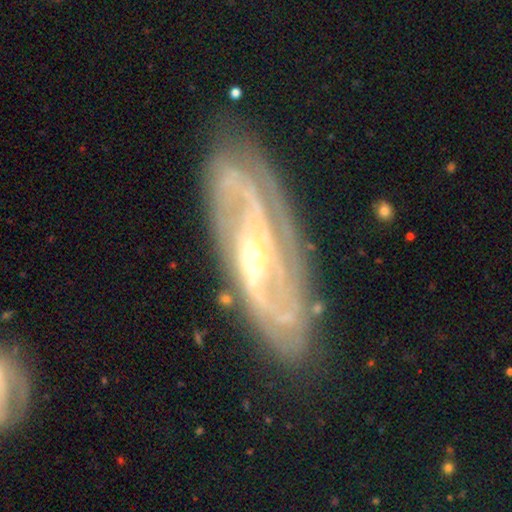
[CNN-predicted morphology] smooth-or-featured: featured or disk: 89% | star or artifact: 6% | smooth: 6%
  disk-edge-on: no: 90% | yes: 10%
    bar: no: 42% | weak: 39% | strong: 20%
    has-spiral-arms: yes: 97% | no: 3%
      spiral-winding: tight: 44% | medium: 43% | loose: 13%
      spiral-arm-count: 2: 56% | can't tell: 16% | 3: 14% | 4: 6% | more than 4: 4% | 1: 4%
    bulge-size: small: 66% | moderate: 30% | large: 1% | none: 1% | dominant: 1%
  merging: none: 80% | minor disturbance: 14% | major disturbance: 4% | merger: 2%